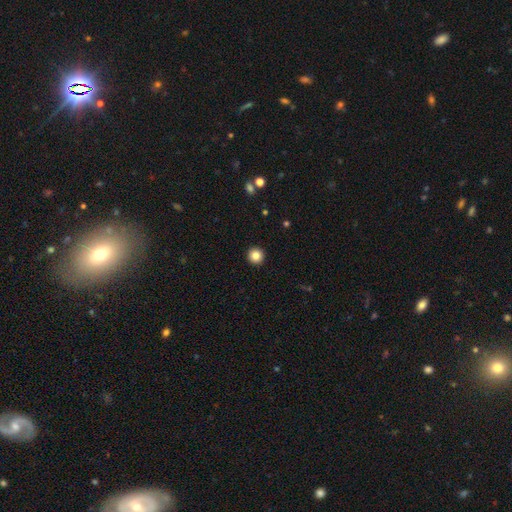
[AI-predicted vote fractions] Smooth or featured: smooth — 85% (star or artifact — 10%)
How rounded: round — 96% (in between — 3%)
Merging: none — 94% (minor disturbance — 4%)